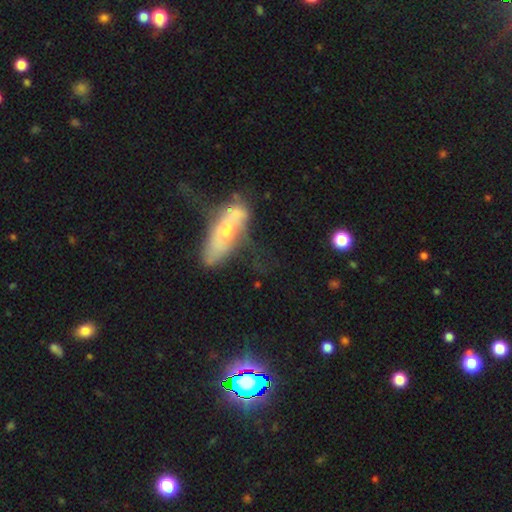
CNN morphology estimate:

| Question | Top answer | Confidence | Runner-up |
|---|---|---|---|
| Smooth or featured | featured or disk | 54% | smooth (29%) |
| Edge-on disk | no | 65% | yes (35%) |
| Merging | none | 40% | minor disturbance (24%) |